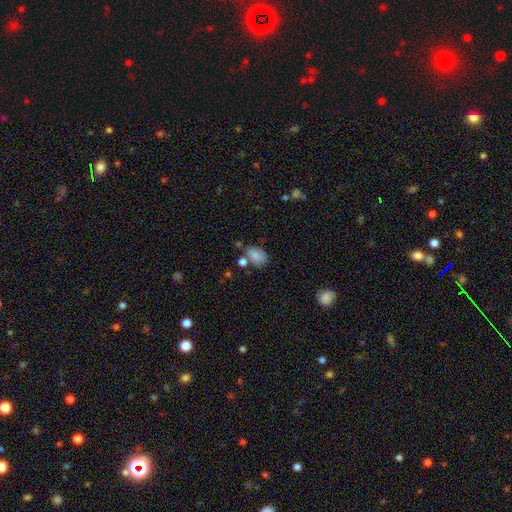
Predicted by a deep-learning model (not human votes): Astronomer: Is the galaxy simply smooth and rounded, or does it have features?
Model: smooth — 84%.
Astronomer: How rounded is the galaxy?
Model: in between — 80%.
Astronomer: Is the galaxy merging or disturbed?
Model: none — 58%.